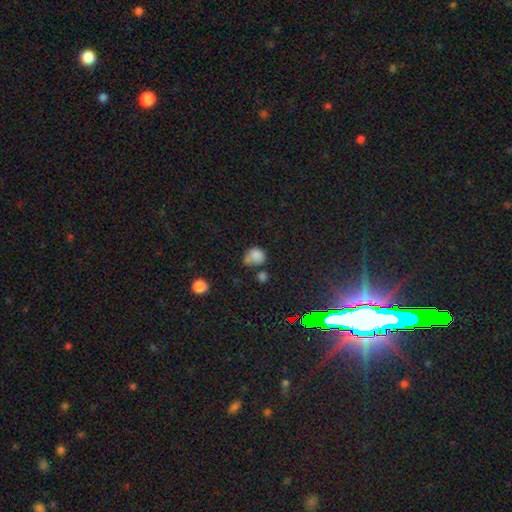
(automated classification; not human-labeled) Q: Smooth or featured?
A: smooth (78%); runner-up: star or artifact (13%)
Q: How rounded?
A: round (70%); runner-up: in between (29%)
Q: Merging?
A: none (42%); runner-up: minor disturbance (25%)